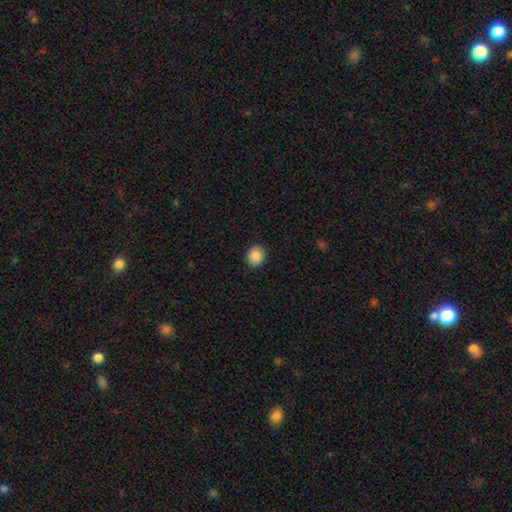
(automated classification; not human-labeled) The model was most divided on "how rounded": round: 67%, in between: 32%, cigar-shaped: 1%. More confident: merging — none (90%); smooth or featured — smooth (89%).